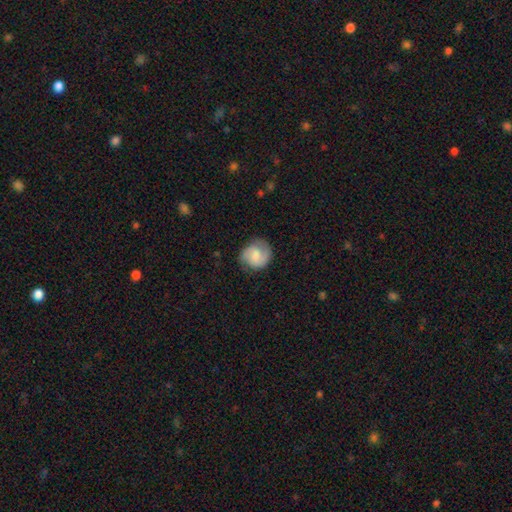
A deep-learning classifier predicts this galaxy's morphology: A featured or disk galaxy (61%) with a weak bar (47%), 2 (83%) medium (48%) spiral arms (94%) and no central bulge (32%). Merging: none (77%).